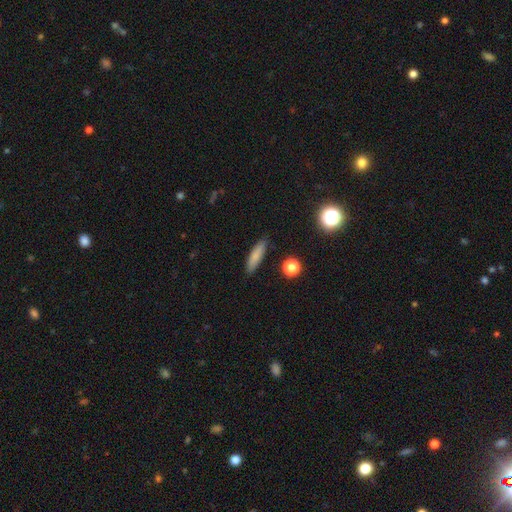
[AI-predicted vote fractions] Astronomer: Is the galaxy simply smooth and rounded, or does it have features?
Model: smooth — 80%.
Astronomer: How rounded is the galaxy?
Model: cigar-shaped — 67%.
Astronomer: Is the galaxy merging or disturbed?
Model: none — 87%.